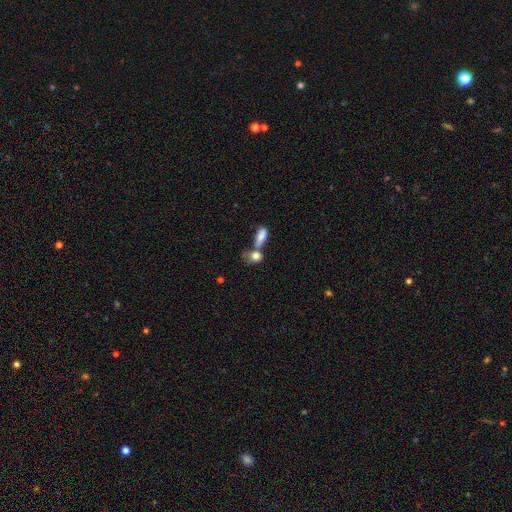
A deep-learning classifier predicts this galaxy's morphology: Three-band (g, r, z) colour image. It shows a smooth galaxy with no disk features (79%) that is in between round and cigar-shaped (63%). Merging: merger (52%).